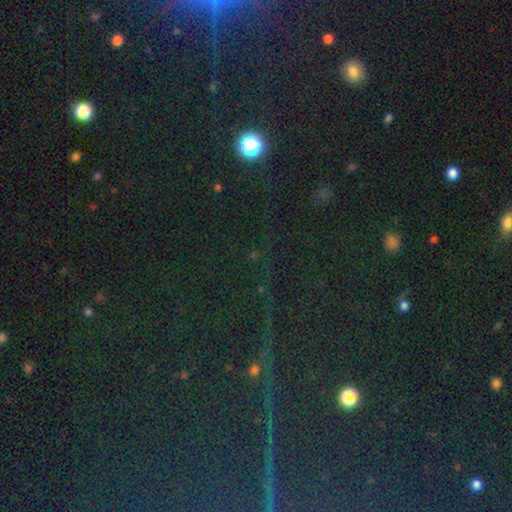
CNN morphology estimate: A star or artifact, not a galaxy (82%).